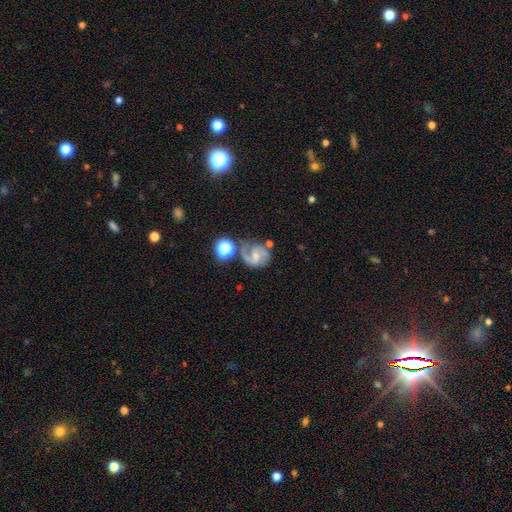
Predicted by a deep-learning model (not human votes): smooth_or_featured: featured or disk (p=0.78) [alt: smooth p=0.14]
disk_edge_on: no (p=0.98) [alt: yes p=0.02]
bar: weak (p=0.50) [alt: no p=0.35]
has_spiral_arms: yes (p=0.96) [alt: no p=0.04]
spiral_winding: medium (p=0.55) [alt: tight p=0.27]
spiral_arm_count: 2 (p=0.81) [alt: 1 p=0.09]
bulge_size: small (p=0.47) [alt: moderate p=0.31]
merging: none (p=0.60) [alt: minor disturbance p=0.19]